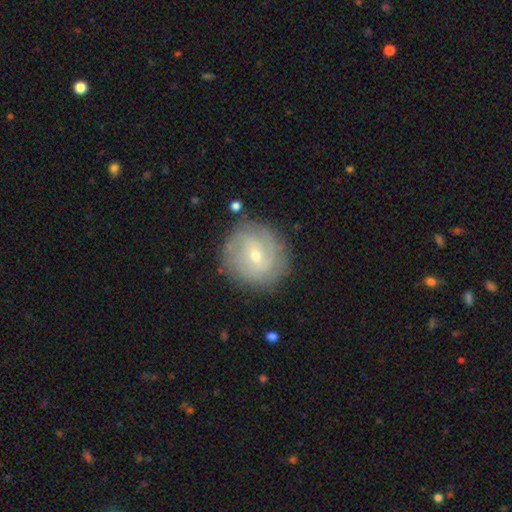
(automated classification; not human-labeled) Morphology: type=featured or disk (70%); edge-on=no (97%); bar=no (45%, tied with weak); spiral arms=yes (87%); winding=tight (62%); arm count=can't tell (37%); bulge=small (60%); merging=none (82%).